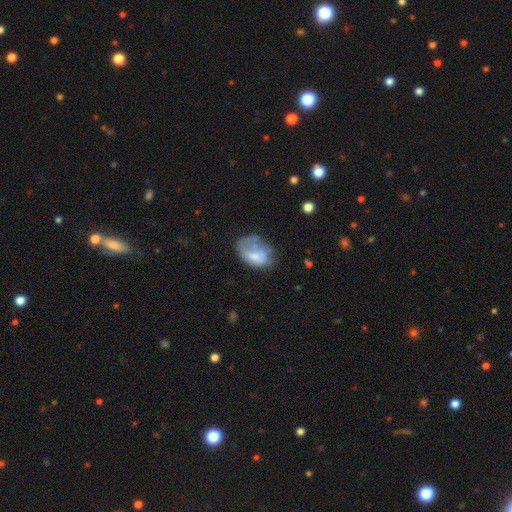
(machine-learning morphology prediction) Smooth or featured? Predicted: smooth (p=0.59). How rounded? Predicted: in between (p=0.79). Merging? Predicted: none (p=0.34).